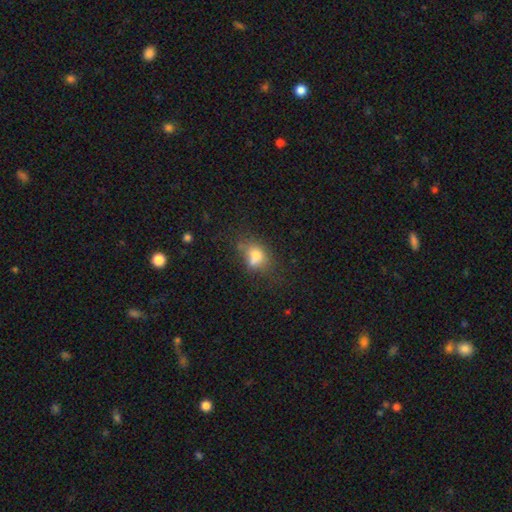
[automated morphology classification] Overall: smooth (71%). How rounded: in between (57%; round 42%). Merging: none (41%; merger 27%).